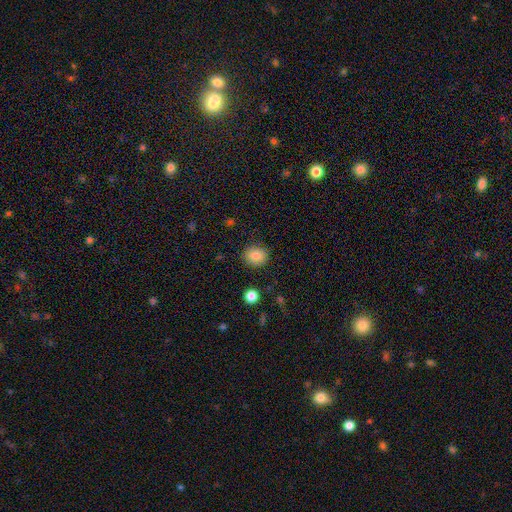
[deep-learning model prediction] Smooth or featured? smooth (85%)
How rounded? round (74%)
Merging? none (88%)